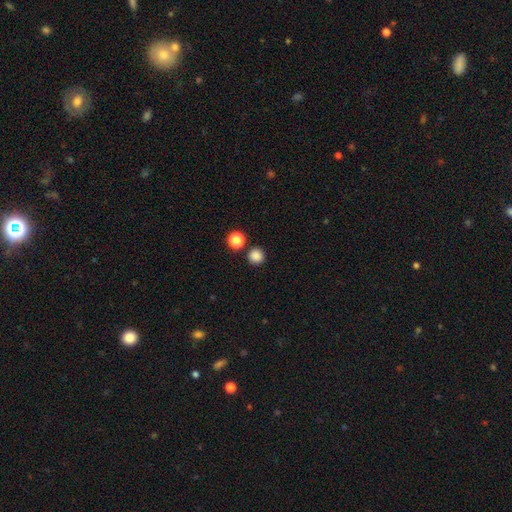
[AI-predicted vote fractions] Q: Smooth or featured?
A: smooth (85%); runner-up: star or artifact (12%)
Q: How rounded?
A: round (93%); runner-up: in between (6%)
Q: Merging?
A: none (84%); runner-up: minor disturbance (7%)